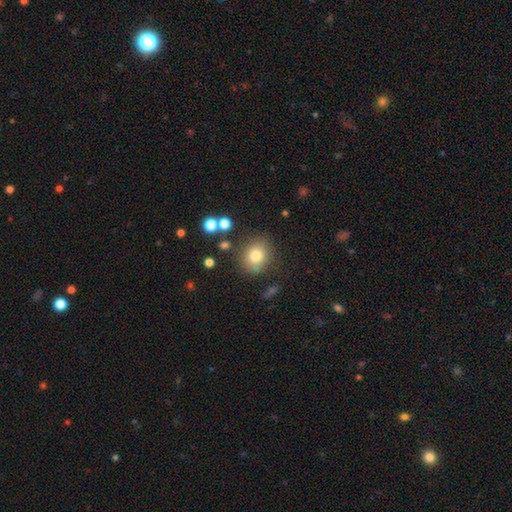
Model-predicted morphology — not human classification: Overall: smooth (78%). How rounded: round (76%). Merging: none (80%).